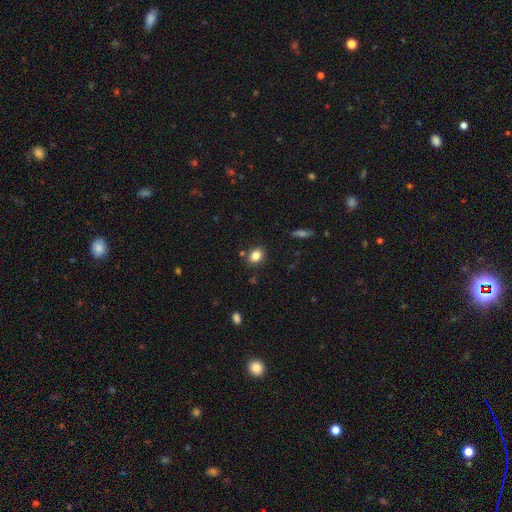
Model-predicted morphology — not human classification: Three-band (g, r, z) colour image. It shows a smooth galaxy with no disk features (83%) that is in between round and cigar-shaped (55%). Merging: none (84%).